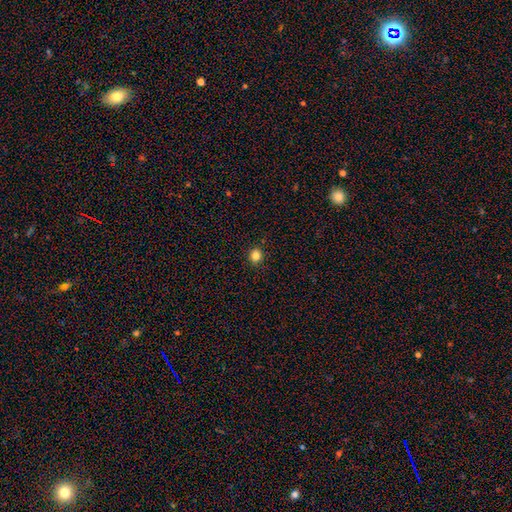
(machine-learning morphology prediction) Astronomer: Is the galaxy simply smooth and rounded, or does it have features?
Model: smooth — 83%.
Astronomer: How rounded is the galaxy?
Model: round — 88%.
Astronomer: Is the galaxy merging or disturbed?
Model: none — 92%.